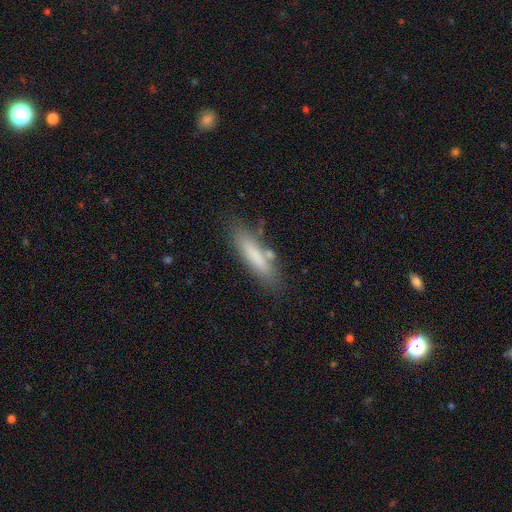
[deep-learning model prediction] This appears to be a smooth galaxy with no disk features (75%) that is cigar-shaped (77%). Merging: none (75%).